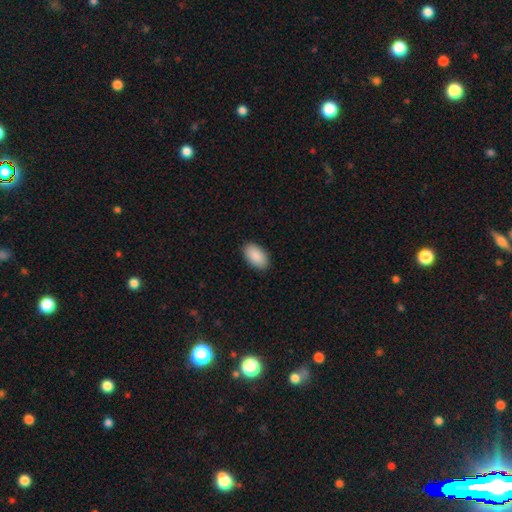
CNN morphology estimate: Smooth or featured: smooth — 90% (star or artifact — 6%)
How rounded: in between — 96% (round — 3%)
Merging: none — 90% (minor disturbance — 7%)